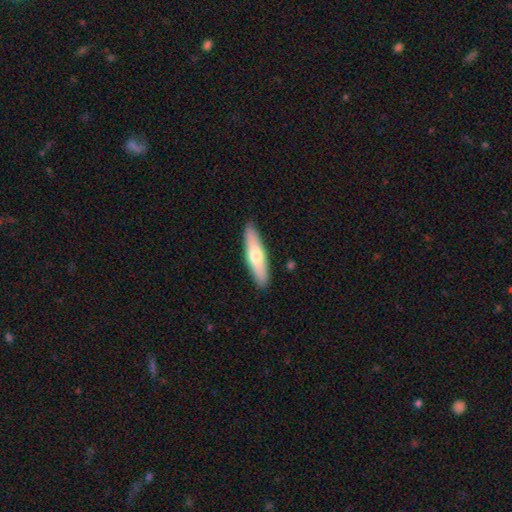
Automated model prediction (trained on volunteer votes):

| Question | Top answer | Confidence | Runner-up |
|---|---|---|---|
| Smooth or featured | smooth | 60% | featured or disk (35%) |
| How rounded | cigar-shaped | 71% | in between (27%) |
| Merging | none | 90% | minor disturbance (7%) |